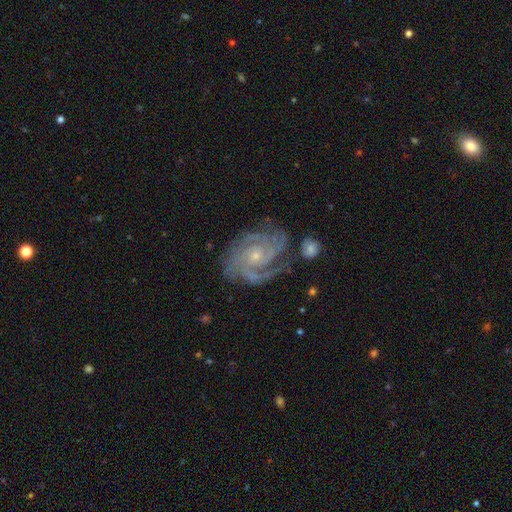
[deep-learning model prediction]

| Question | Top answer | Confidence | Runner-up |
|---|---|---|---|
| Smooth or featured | featured or disk | 89% | star or artifact (6%) |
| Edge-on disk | no | 97% | yes (3%) |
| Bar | no | 72% | weak (23%) |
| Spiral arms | yes | 97% | no (3%) |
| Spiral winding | tight | 62% | medium (32%) |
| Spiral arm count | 3 | 32% | 2 (22%) |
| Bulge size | small | 69% | moderate (27%) |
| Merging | none | 66% | minor disturbance (20%) |